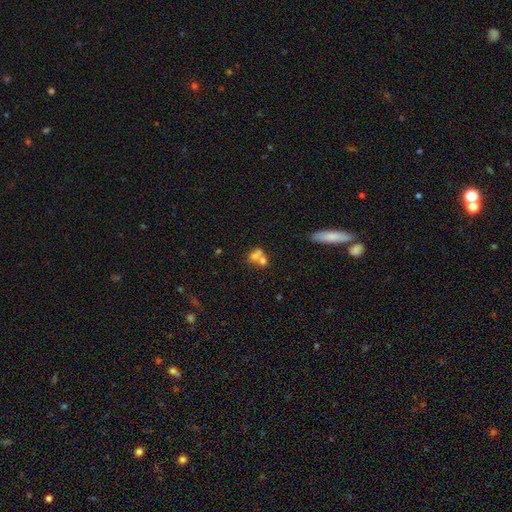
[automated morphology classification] The model was most divided on "how rounded": round: 60%, in between: 38%, cigar-shaped: 2%. More confident: merging — merger (63%); smooth or featured — smooth (59%).